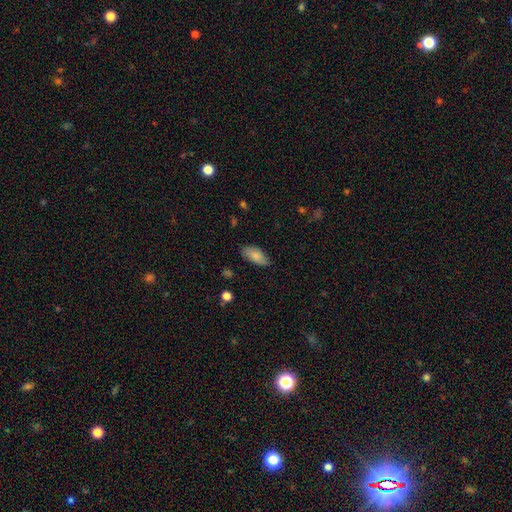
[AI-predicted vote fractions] Overall: smooth (81%). How rounded: in between (91%). Merging: none (73%).